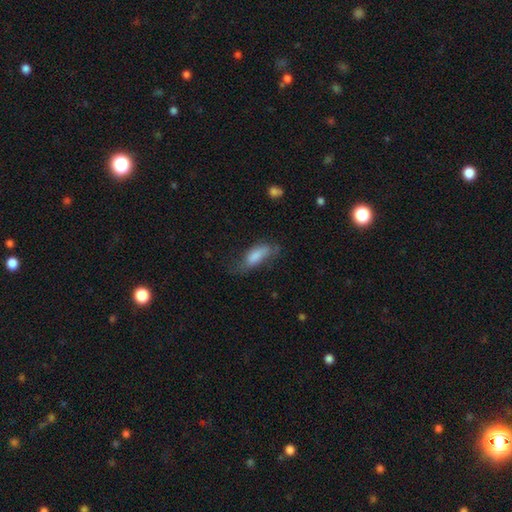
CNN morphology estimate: smooth_or_featured: smooth (p=0.77) [alt: featured or disk p=0.16]
how_rounded: in between (p=0.72) [alt: cigar-shaped p=0.26]
merging: none (p=0.44) [alt: minor disturbance p=0.33]